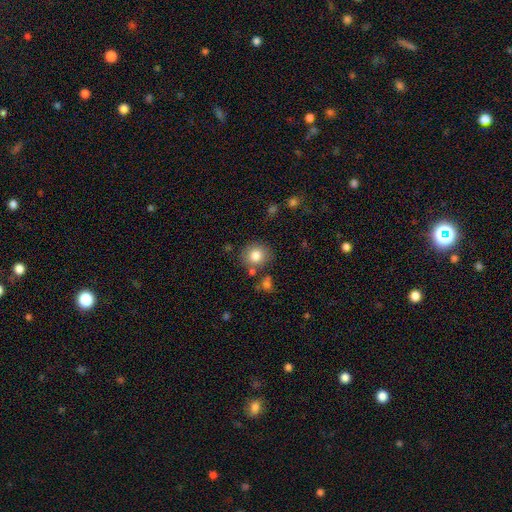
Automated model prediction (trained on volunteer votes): Smooth or featured? smooth (81%)
How rounded? round (84%)
Merging? none (79%)